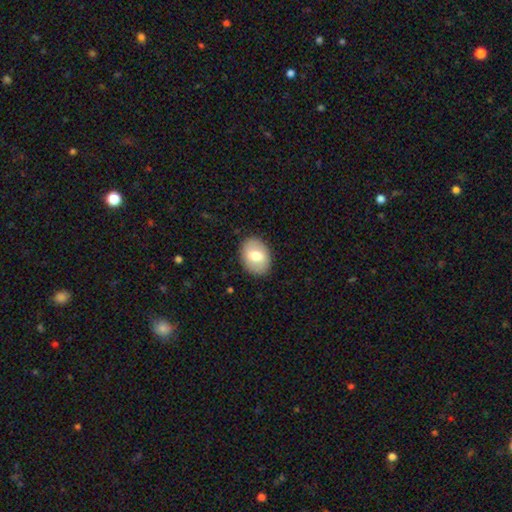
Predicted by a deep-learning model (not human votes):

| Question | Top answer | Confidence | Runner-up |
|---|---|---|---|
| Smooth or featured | smooth | 67% | featured or disk (26%) |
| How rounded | in between | 71% | round (28%) |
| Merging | none | 87% | minor disturbance (9%) |